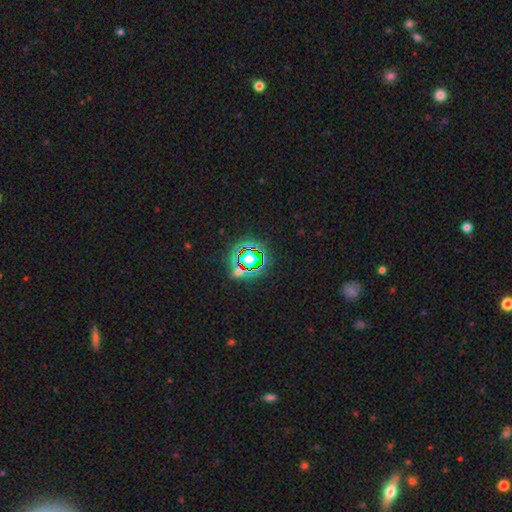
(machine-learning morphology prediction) This is likely a star or artifact rather than a galaxy (76%).